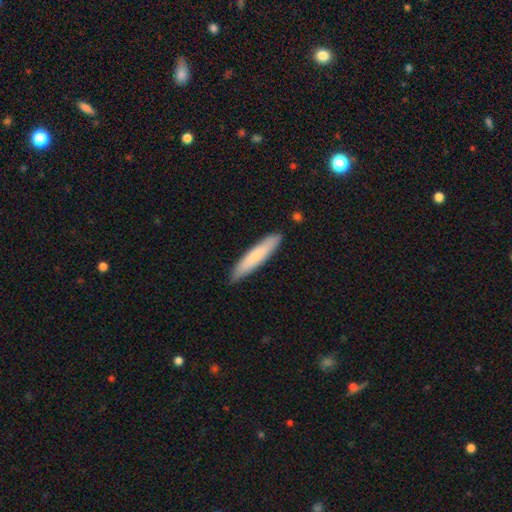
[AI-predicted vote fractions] smooth-or-featured: smooth: 75% | featured or disk: 19% | star or artifact: 5%
  how-rounded: cigar-shaped: 90% | in between: 9% | round: 1%
  merging: none: 88% | minor disturbance: 9% | major disturbance: 1% | merger: 1%